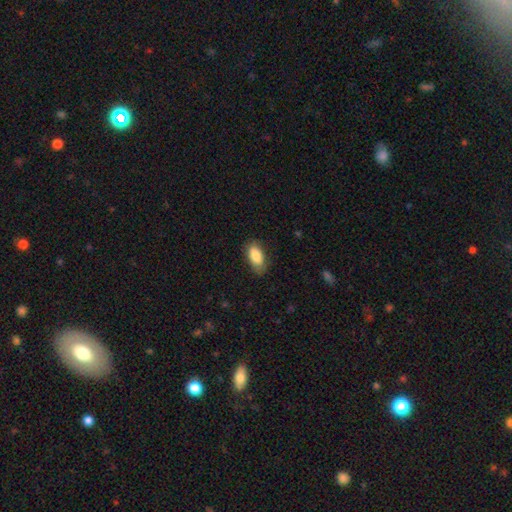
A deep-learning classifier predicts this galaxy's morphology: This is clearly a smooth galaxy (84%). How rounded: clearly in between (90%). Merging: likely none (75%).